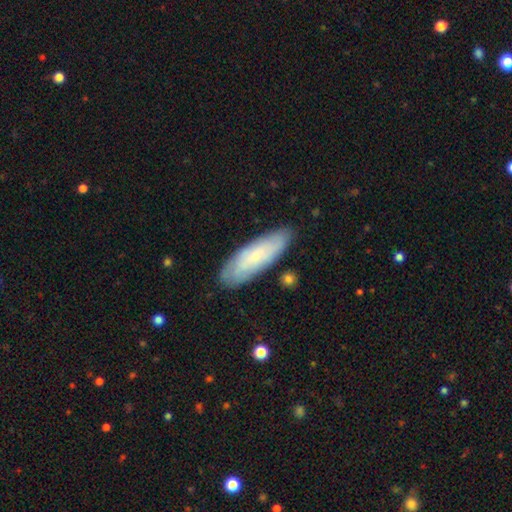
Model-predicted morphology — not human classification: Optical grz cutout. It shows a smooth galaxy with no disk features (55%) that is in between round and cigar-shaped (52%). Merging: none (82%).